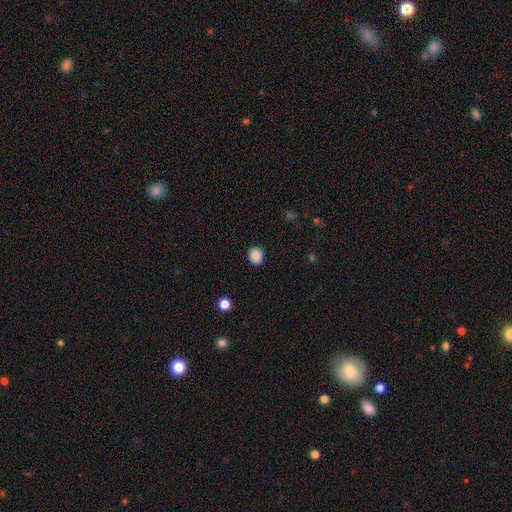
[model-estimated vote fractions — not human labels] A smooth galaxy with no disk features (87%) that is round (65%).

Vote fractions:
- Smooth or featured? smooth: 87% / star or artifact: 9% / featured or disk: 3%
- How rounded? round: 65% / in between: 34% / cigar-shaped: 1%
- Merging? none: 90% / minor disturbance: 7% / major disturbance: 2% / merger: 1%